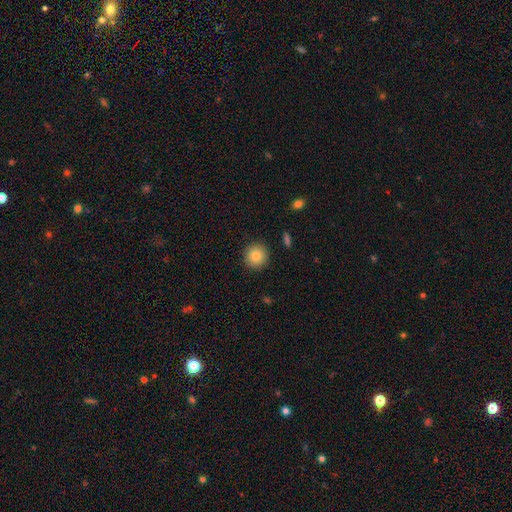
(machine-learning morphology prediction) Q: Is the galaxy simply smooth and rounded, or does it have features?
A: smooth — 83%.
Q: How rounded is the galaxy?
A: round — 93%.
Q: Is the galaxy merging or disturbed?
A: none — 91%.